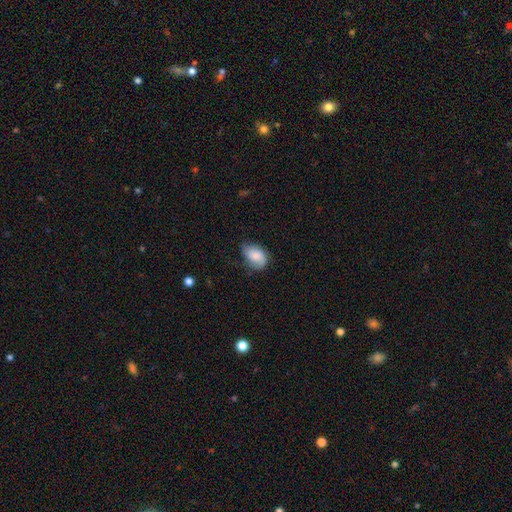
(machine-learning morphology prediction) Smooth or featured: smooth — 71% (featured or disk — 21%)
How rounded: in between — 85% (round — 13%)
Merging: none — 53% (minor disturbance — 35%)